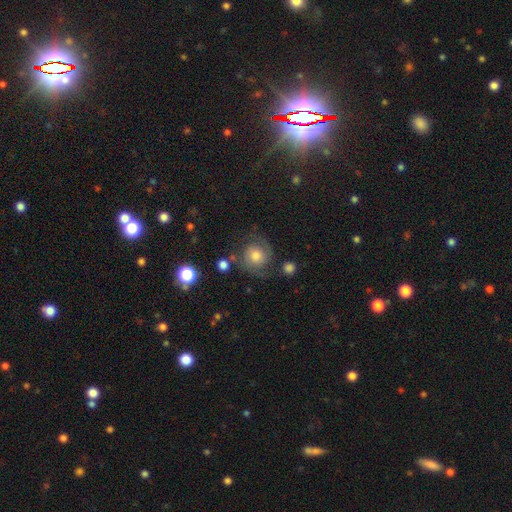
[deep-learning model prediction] Smooth or featured?
  - featured or disk: 57% *
  - smooth: 32%
  - star or artifact: 11%
Edge-on disk?
  - no: 98% *
  - yes: 2%
Bar?
  - no: 73% *
  - weak: 23%
  - strong: 4%
Spiral arms?
  - yes: 90% *
  - no: 10%
Spiral winding?
  - medium: 47% *
  - tight: 35%
  - loose: 18%
Spiral arm count?
  - 2: 88% *
  - can't tell: 6%
  - 1: 2%
  - 3: 2%
  - 4: 1%
  - more than 4: 1%
Bulge size?
  - moderate: 57% *
  - large: 20%
  - small: 17%
  - none: 4%
  - dominant: 3%
Merging?
  - none: 70% *
  - minor disturbance: 17%
  - major disturbance: 9%
  - merger: 4%